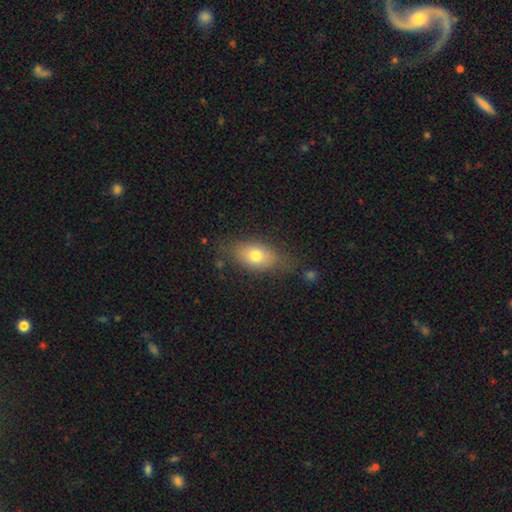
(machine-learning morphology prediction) A smooth galaxy with no disk features (73%) that is in between round and cigar-shaped (83%).

Vote fractions:
- Smooth or featured? smooth: 73% / featured or disk: 18% / star or artifact: 9%
- How rounded? in between: 83% / round: 12% / cigar-shaped: 4%
- Merging? none: 69% / minor disturbance: 21% / major disturbance: 7% / merger: 3%